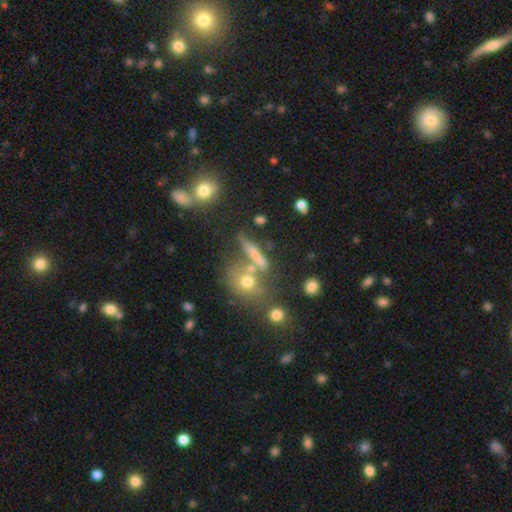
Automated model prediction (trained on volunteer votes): Morphology: type=smooth (62%); roundness=cigar-shaped (55%); merging=none (53%).